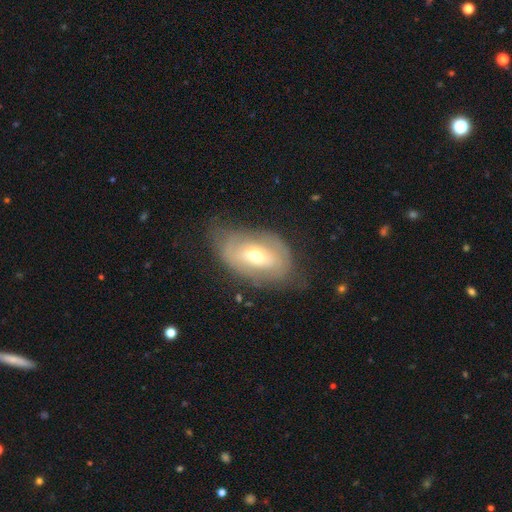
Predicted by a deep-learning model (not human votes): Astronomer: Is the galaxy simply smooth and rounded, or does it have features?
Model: featured or disk — 60%.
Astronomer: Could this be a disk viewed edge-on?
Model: no — 91%.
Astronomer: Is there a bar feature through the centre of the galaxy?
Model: weak — 42% (runner-up: no, 39%).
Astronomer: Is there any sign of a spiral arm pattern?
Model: yes — 64%.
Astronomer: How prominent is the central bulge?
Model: moderate — 57% (runner-up: small, 36%).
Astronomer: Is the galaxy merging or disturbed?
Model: none — 62%.